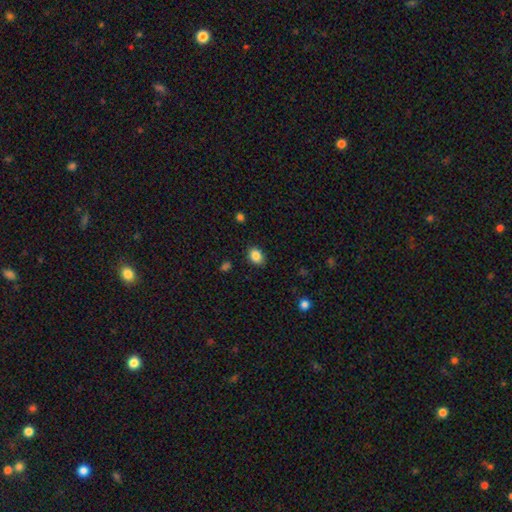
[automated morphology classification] A smooth galaxy with no disk features (86%) that is in between round and cigar-shaped (59%).

Vote fractions:
- Smooth or featured? smooth: 86% / star or artifact: 9% / featured or disk: 5%
- How rounded? in between: 59% / round: 40% / cigar-shaped: 1%
- Merging? none: 86% / minor disturbance: 10% / major disturbance: 2% / merger: 1%